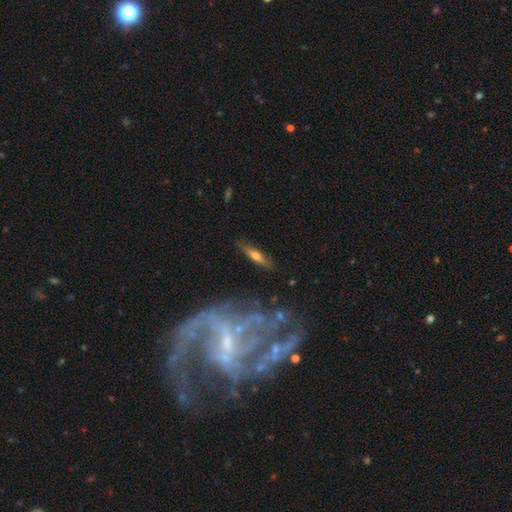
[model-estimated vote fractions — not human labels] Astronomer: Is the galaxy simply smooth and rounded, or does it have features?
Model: featured or disk — 49% (runner-up: smooth, 44%).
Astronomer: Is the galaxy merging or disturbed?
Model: none — 83%.